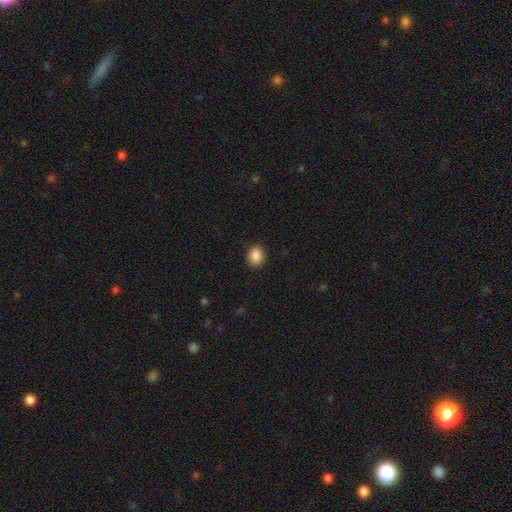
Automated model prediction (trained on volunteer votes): Smooth or featured? smooth (89%)
How rounded? in between (53%)
Merging? none (89%)